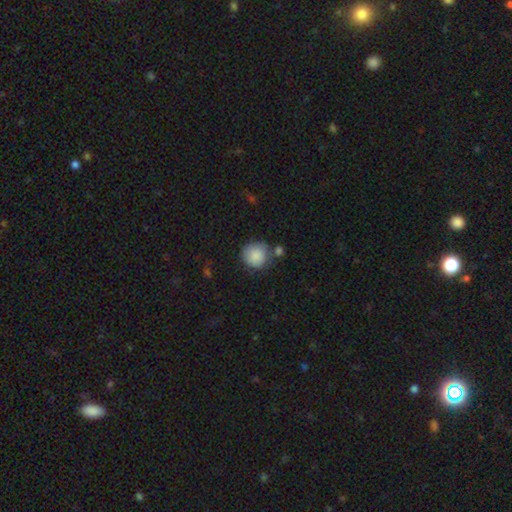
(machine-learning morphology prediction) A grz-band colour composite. It shows a smooth galaxy with no disk features (88%) that is round (90%). Merging: none (64%).